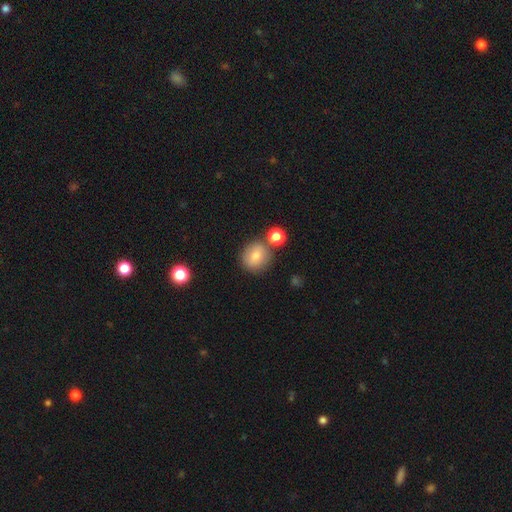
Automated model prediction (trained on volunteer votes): This appears to be a smooth galaxy with no disk features (78%) that is round (84%). Merging: none (72%).